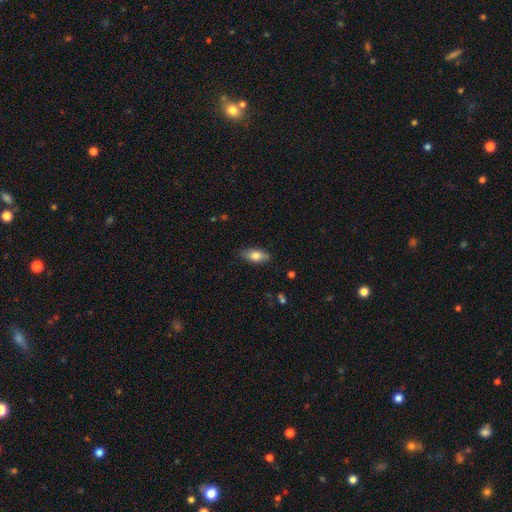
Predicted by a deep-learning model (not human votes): The model was most divided on "smooth or featured": smooth: 75%, featured or disk: 18%, star or artifact: 7%. More confident: how rounded — in between (87%); merging — none (84%).